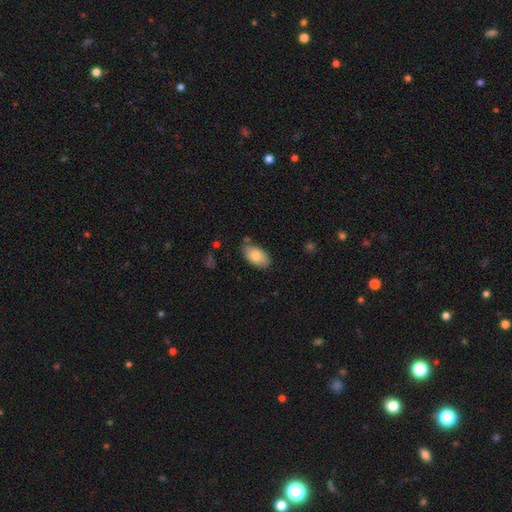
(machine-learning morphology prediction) The model was most divided on "merging": none: 78%, minor disturbance: 15%, merger: 4%, major disturbance: 3%. More confident: how rounded — in between (95%); smooth or featured — smooth (79%).